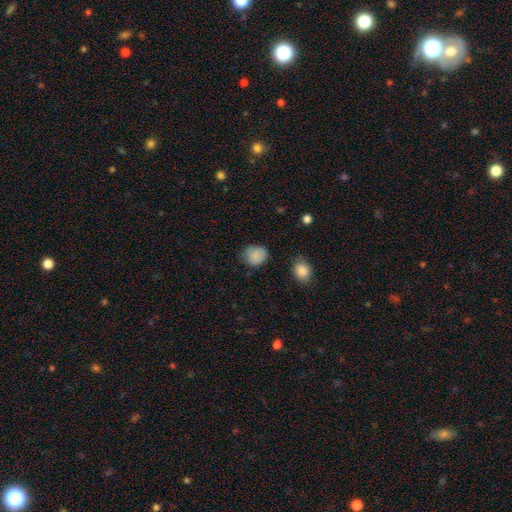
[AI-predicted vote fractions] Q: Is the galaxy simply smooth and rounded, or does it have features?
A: smooth — 86%.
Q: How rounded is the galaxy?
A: round — 74%.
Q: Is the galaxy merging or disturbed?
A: none — 73%.